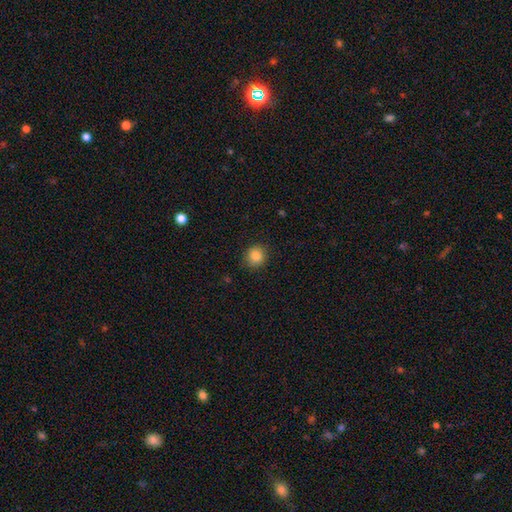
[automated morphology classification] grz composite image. It shows a smooth galaxy with no disk features (85%) that is round (86%). Merging: none (87%).